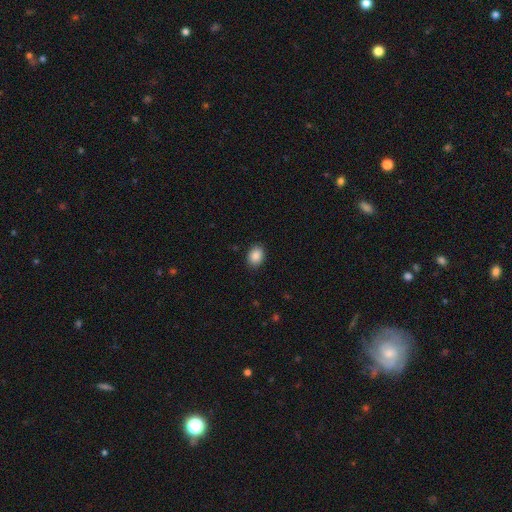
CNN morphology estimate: This is clearly a smooth galaxy (89%). How rounded: likely in between (65%). Merging: clearly none (89%).